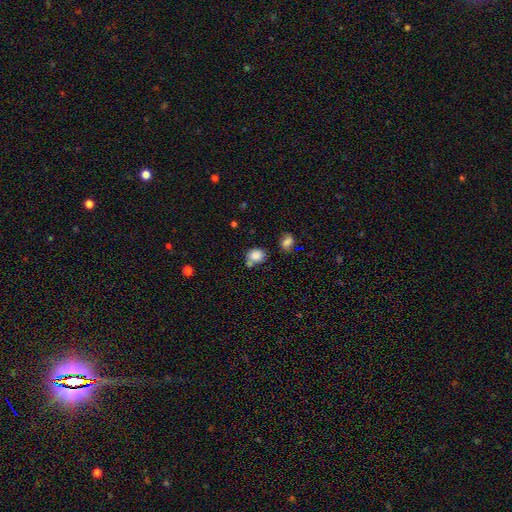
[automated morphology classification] Smooth or featured? Predicted: smooth (p=0.84). How rounded? Predicted: round (p=0.51). Merging? Predicted: none (p=0.53).